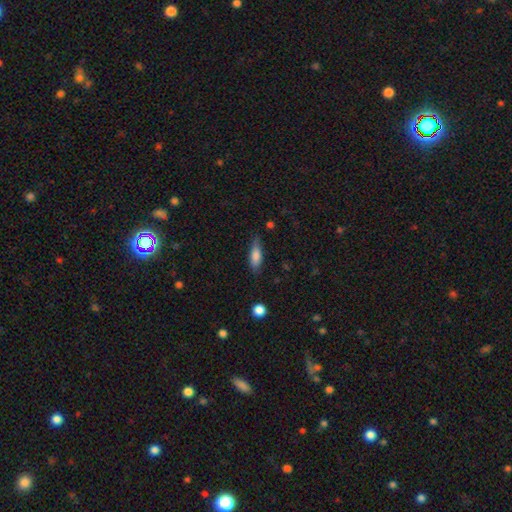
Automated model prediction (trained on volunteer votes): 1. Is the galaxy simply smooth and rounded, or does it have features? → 76% smooth, 17% featured or disk, 7% star or artifact.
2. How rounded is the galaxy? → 56% in between, 41% cigar-shaped, 3% round.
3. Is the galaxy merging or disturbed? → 72% none, 21% minor disturbance, 5% major disturbance, 2% merger.